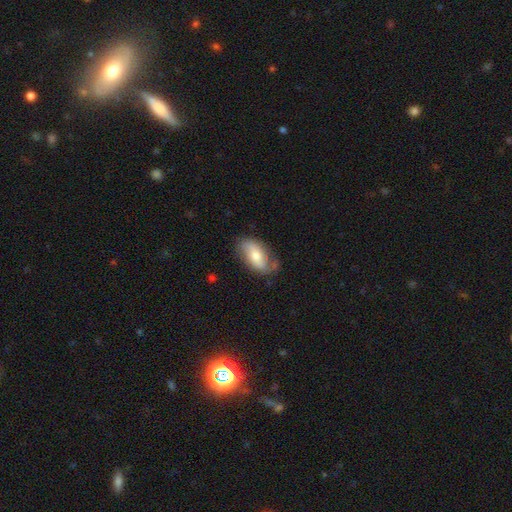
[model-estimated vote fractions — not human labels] smooth_or_featured: smooth (p=0.61) [alt: featured or disk p=0.33]
how_rounded: in between (p=0.92) [alt: round p=0.04]
merging: none (p=0.69) [alt: minor disturbance p=0.23]